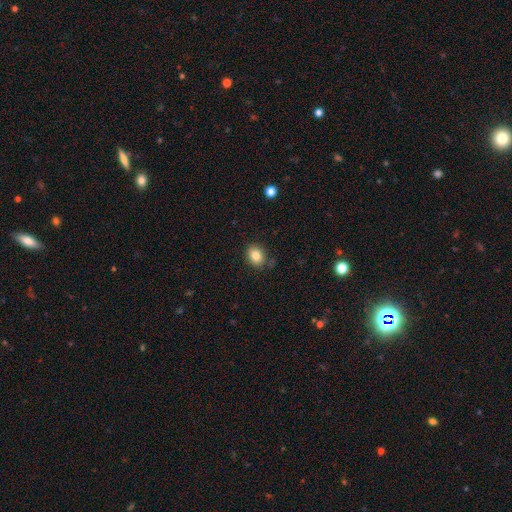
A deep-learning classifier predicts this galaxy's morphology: A smooth galaxy with no disk features (83%) that is round (52%). Merging: none (83%).